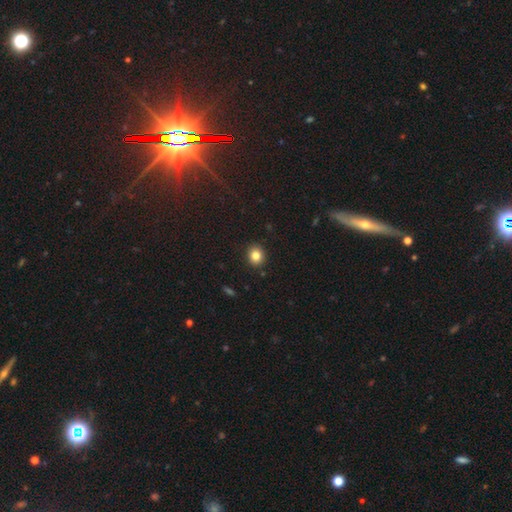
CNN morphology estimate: A smooth galaxy with no disk features (83%) that is round (73%).

Vote fractions:
- Smooth or featured? smooth: 83% / star or artifact: 11% / featured or disk: 7%
- How rounded? round: 73% / in between: 26% / cigar-shaped: 1%
- Merging? none: 91% / minor disturbance: 6% / major disturbance: 2% / merger: 1%